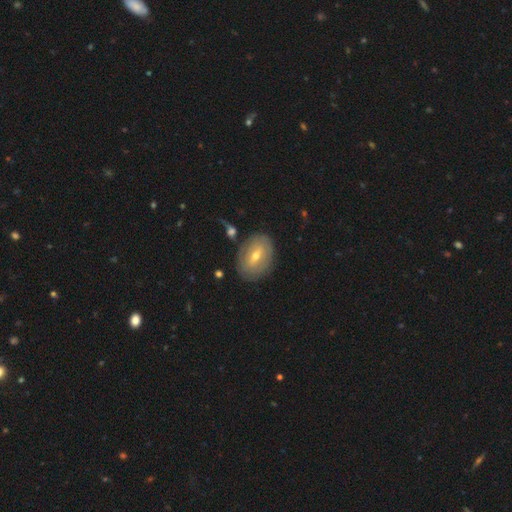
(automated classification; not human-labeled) Smooth or featured? Predicted: featured or disk (p=0.55). Edge-on disk? Predicted: no (p=0.90). Merging? Predicted: none (p=0.80).